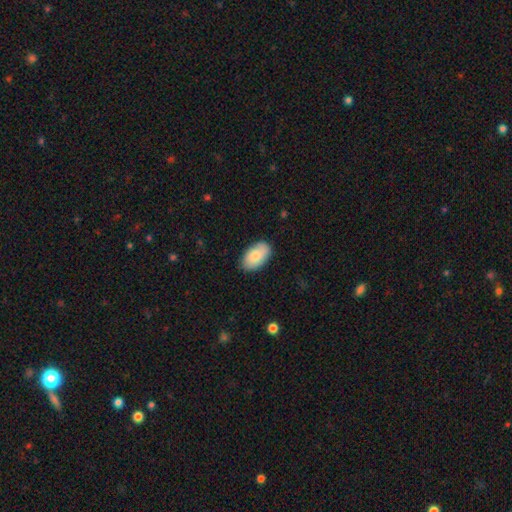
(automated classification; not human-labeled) A smooth galaxy with no disk features (82%) that is in between round and cigar-shaped (95%). Merging: none (84%).